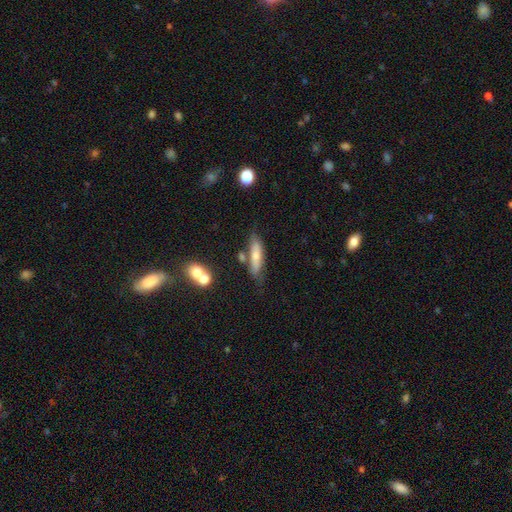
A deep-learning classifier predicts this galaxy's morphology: Overall: smooth (60%; featured or disk 33%). How rounded: cigar-shaped (64%; in between 34%). Merging: none (60%).